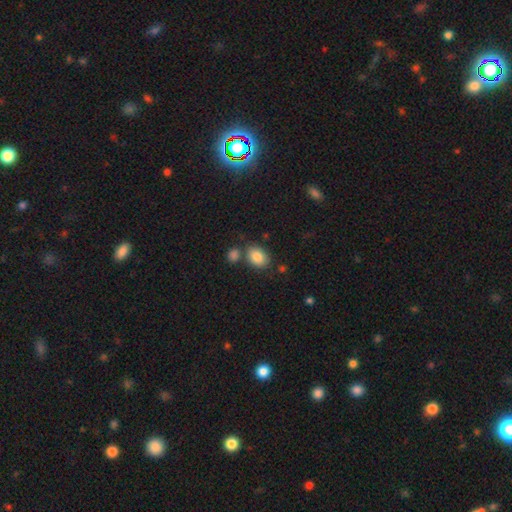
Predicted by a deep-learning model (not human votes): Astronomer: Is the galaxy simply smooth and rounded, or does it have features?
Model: smooth — 84%.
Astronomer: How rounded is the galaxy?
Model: in between — 70%.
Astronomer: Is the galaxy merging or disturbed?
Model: none — 68%.